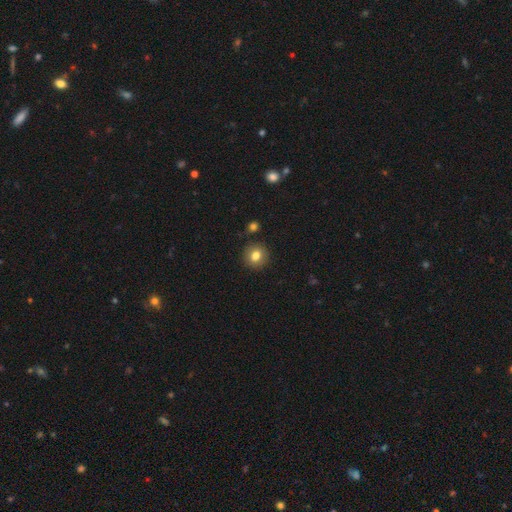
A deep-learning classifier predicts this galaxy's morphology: A smooth galaxy with no disk features (80%) that is round (86%). Merging: none (88%).